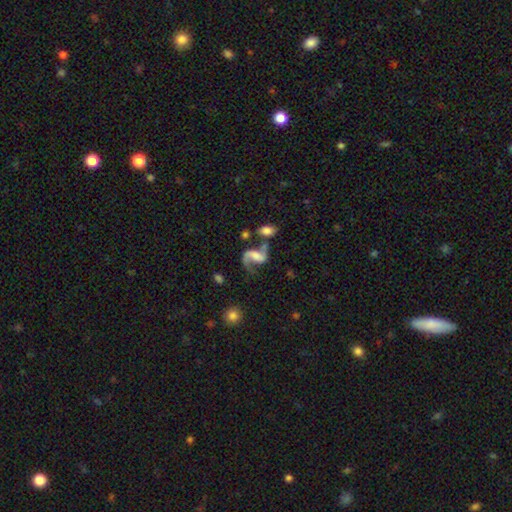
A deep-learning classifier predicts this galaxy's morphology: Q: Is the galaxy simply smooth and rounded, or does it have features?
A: featured or disk — 81%.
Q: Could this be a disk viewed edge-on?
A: no — 98%.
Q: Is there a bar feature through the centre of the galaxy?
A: weak — 40%.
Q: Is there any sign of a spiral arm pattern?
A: yes — 94%.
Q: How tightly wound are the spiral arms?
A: loose — 60%.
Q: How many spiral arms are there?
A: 2 — 79%.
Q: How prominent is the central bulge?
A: none — 37%.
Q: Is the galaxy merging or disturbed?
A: none — 43%.